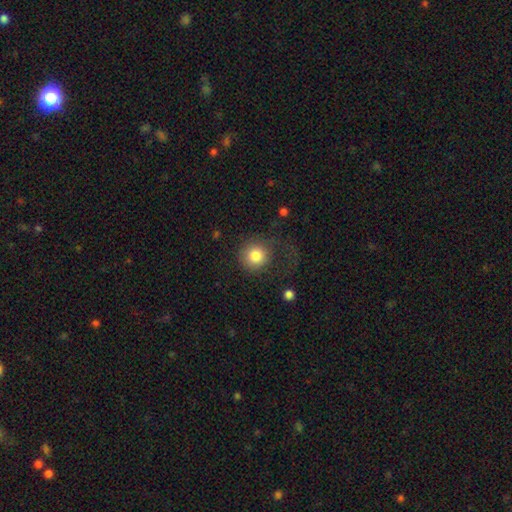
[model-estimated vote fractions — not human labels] Q: Smooth or featured?
A: smooth (82%); runner-up: star or artifact (9%)
Q: How rounded?
A: round (91%); runner-up: in between (8%)
Q: Merging?
A: none (60%); runner-up: major disturbance (23%)